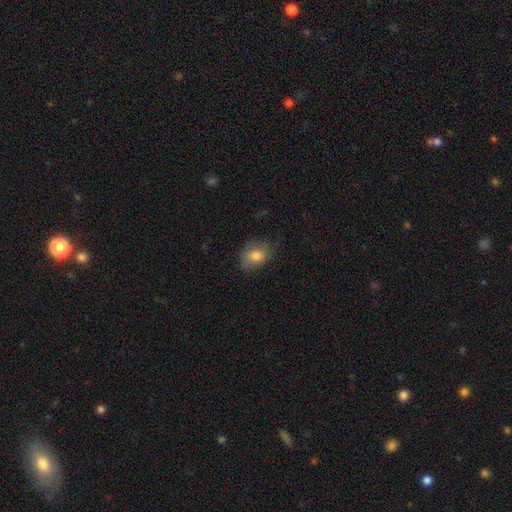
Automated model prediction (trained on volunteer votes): The model was most divided on "how rounded": in between: 70%, round: 29%, cigar-shaped: 1%. More confident: merging — none (69%); smooth or featured — smooth (67%).